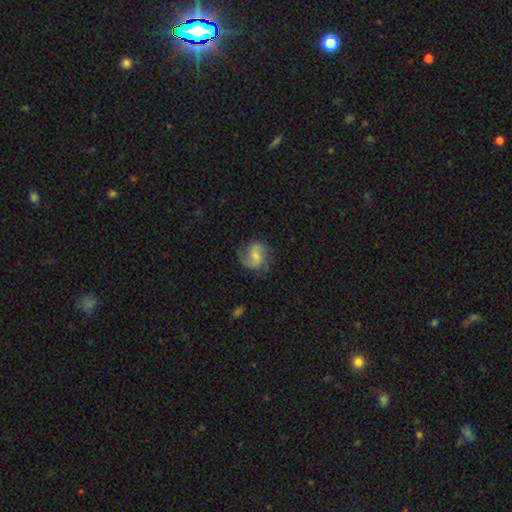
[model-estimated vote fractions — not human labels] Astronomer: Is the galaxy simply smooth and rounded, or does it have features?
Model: featured or disk — 67%.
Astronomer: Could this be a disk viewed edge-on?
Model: no — 98%.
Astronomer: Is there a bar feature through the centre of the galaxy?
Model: weak — 48% (runner-up: no, 40%).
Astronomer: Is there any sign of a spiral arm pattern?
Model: yes — 93%.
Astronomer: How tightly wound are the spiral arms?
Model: medium — 45% (runner-up: loose, 38%).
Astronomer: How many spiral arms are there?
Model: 2 — 78%.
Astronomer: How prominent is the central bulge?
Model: small — 53% (runner-up: moderate, 34%).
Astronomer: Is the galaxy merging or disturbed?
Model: none — 68%.